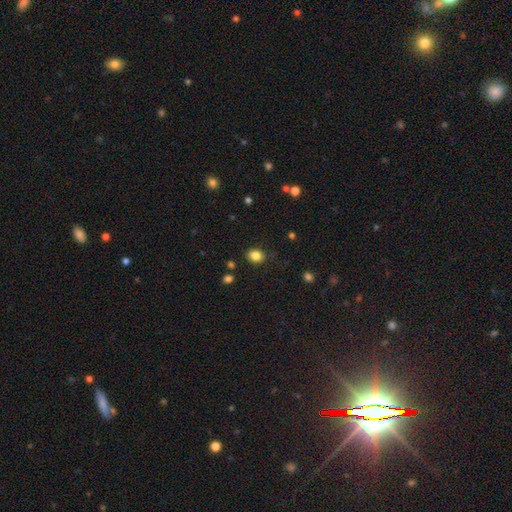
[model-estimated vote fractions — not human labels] smooth-or-featured: smooth: 84% | star or artifact: 11% | featured or disk: 5%
  how-rounded: in between: 54% | round: 45% | cigar-shaped: 1%
  merging: none: 84% | minor disturbance: 11% | major disturbance: 3% | merger: 2%